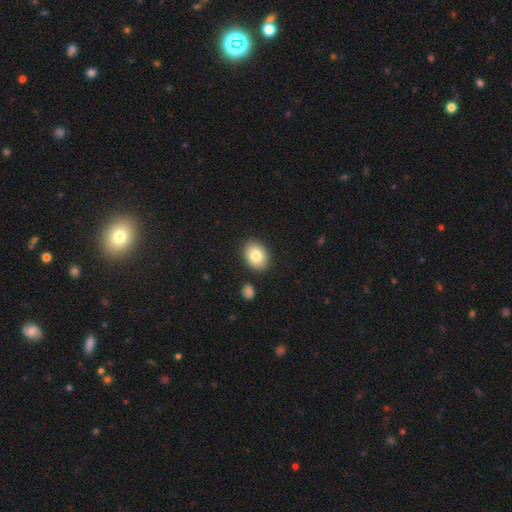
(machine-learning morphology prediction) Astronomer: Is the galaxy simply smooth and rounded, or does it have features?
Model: smooth — 82%.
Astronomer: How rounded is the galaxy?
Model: in between — 65%.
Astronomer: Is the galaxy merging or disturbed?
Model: none — 88%.